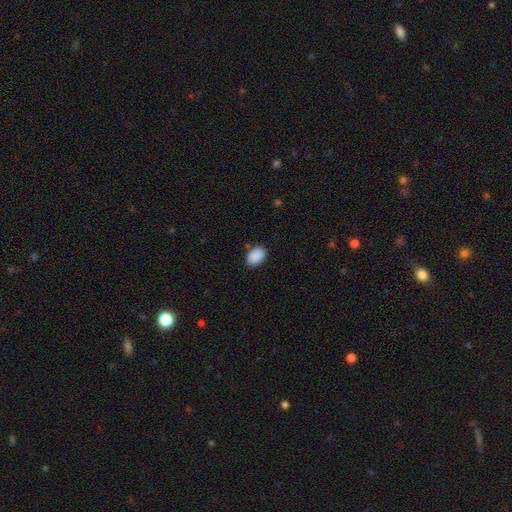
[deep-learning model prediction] Smooth or featured: smooth — 90% (star or artifact — 7%)
How rounded: in between — 85% (round — 14%)
Merging: none — 84% (minor disturbance — 12%)